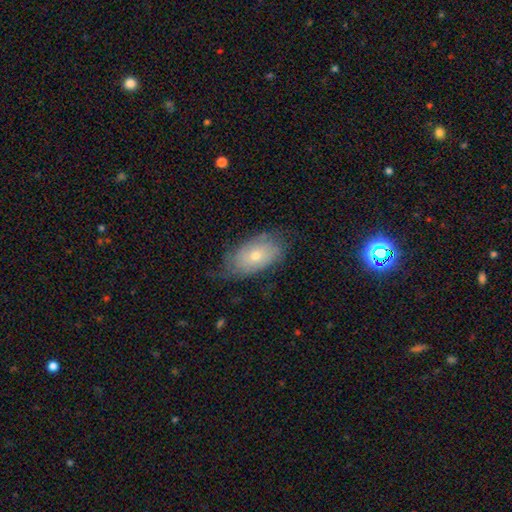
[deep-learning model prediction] The model was most divided on "smooth or featured": featured or disk: 49%, smooth: 43%, star or artifact: 8%. More confident: merging — none (63%).